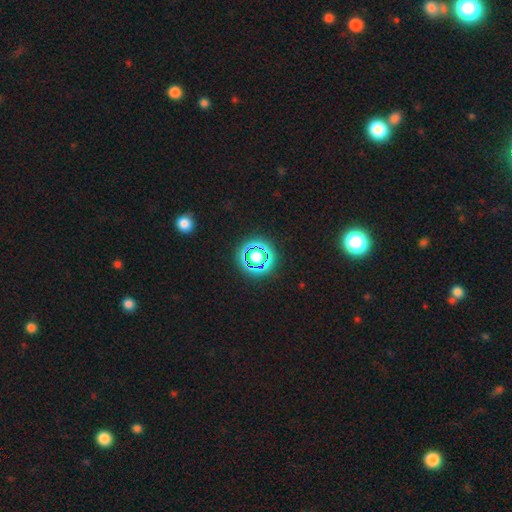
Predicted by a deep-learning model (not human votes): smooth_or_featured: star or artifact (p=0.77) [alt: smooth p=0.16]